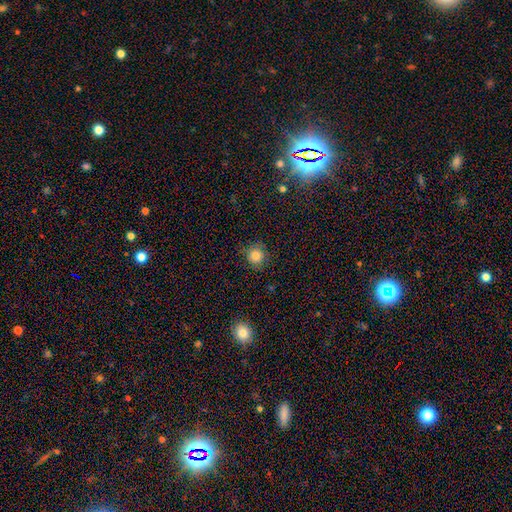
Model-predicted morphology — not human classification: The model was most divided on "smooth or featured": smooth: 82%, star or artifact: 12%, featured or disk: 6%. More confident: how rounded — round (91%); merging — none (86%).